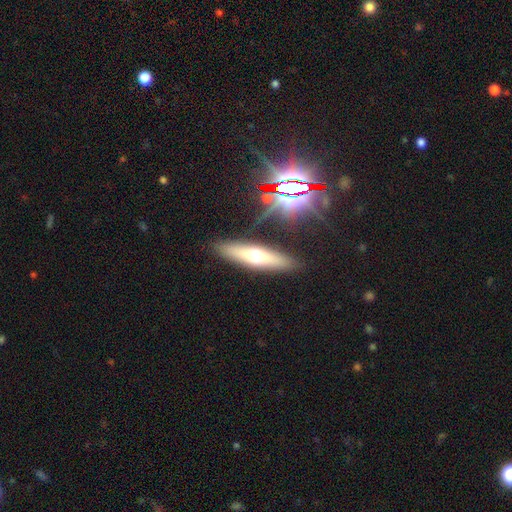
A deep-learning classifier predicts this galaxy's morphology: Overall: smooth (48%; featured or disk 43%). Merging: none (87%).